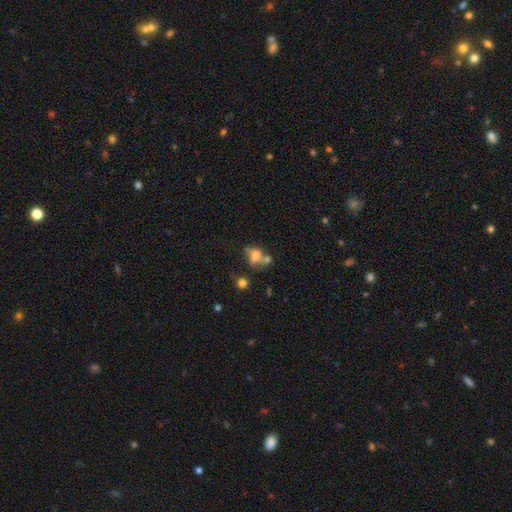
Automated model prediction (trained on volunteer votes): smooth 62%, featured or disk 26%, star or artifact 13%. Down the decision tree: how rounded — in between (61%); merging — merger (39%).